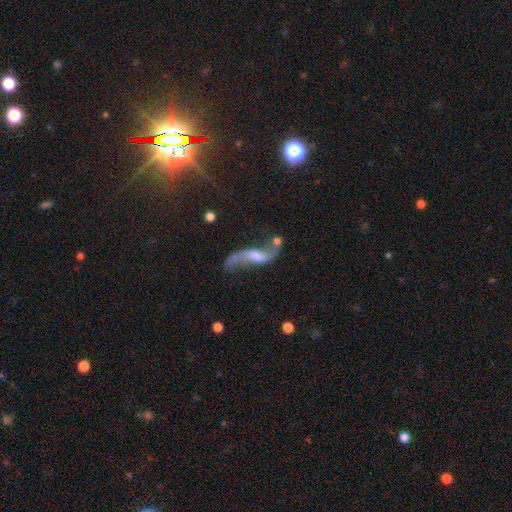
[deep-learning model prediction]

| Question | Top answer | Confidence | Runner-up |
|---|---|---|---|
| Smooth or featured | featured or disk | 80% | smooth (12%) |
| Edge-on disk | no | 88% | yes (12%) |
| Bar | weak | 43% | no (41%) |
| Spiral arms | yes | 91% | no (9%) |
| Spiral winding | loose | 92% | medium (6%) |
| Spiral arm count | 2 | 92% | 1 (3%) |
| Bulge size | moderate | 33% | small (31%) |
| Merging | none | 51% | minor disturbance (19%) |